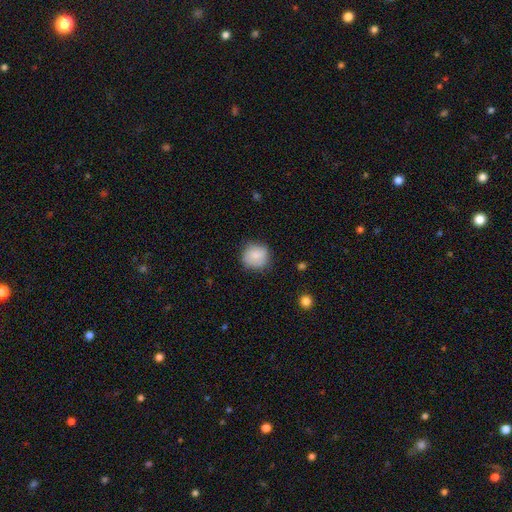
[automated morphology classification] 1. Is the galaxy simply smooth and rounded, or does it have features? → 79% smooth, 14% featured or disk, 7% star or artifact.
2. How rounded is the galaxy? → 87% round, 12% in between, 1% cigar-shaped.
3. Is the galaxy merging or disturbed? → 75% none, 19% minor disturbance, 4% major disturbance, 1% merger.